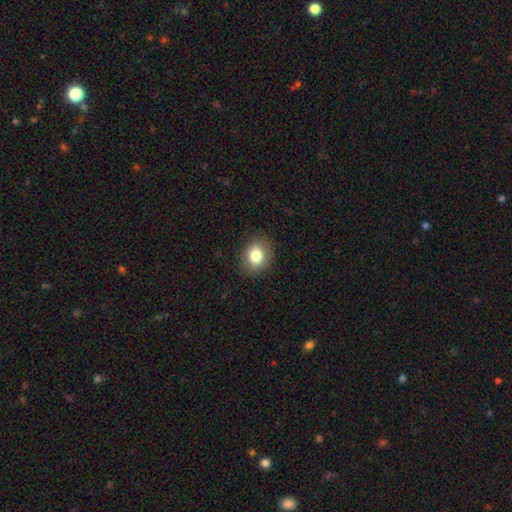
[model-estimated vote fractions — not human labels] Smooth or featured: smooth — 81% (star or artifact — 10%)
How rounded: round — 63% (in between — 36%)
Merging: none — 88% (minor disturbance — 8%)